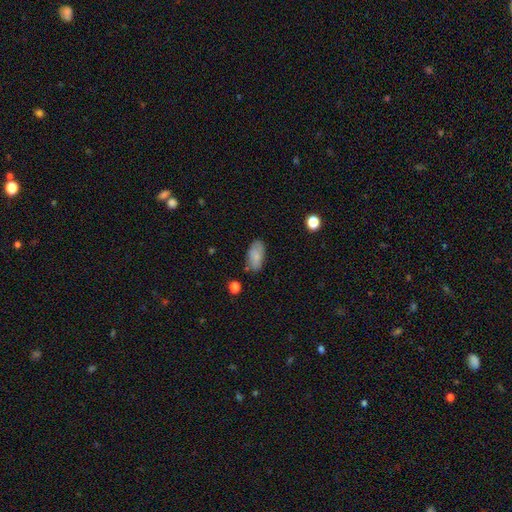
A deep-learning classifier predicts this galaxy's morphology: A smooth galaxy with no disk features (82%) that is in between round and cigar-shaped (92%). Merging: none (76%).